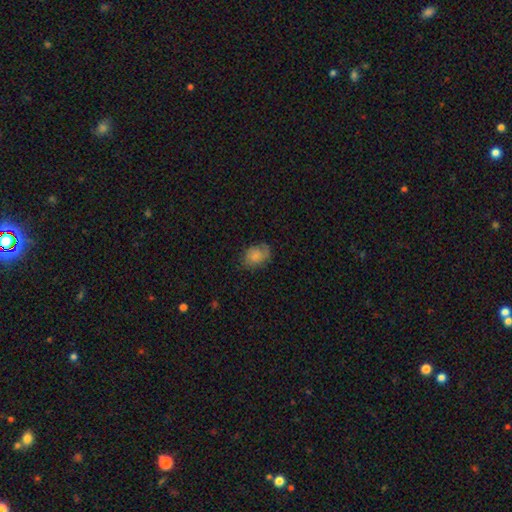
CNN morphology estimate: A smooth galaxy with no disk features (66%) that is in between round and cigar-shaped (72%). Merging: none (62%).